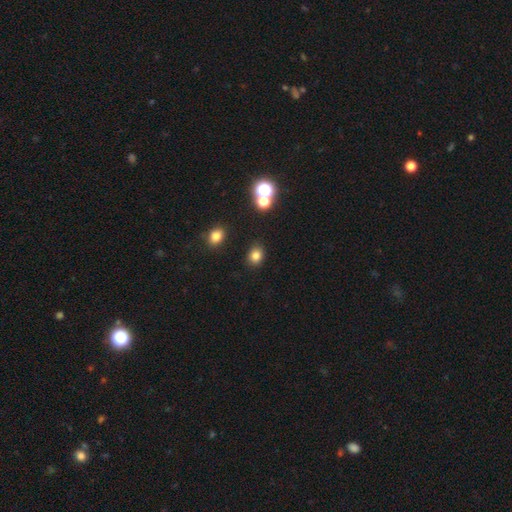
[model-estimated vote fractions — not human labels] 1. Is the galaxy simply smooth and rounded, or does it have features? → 79% smooth, 15% star or artifact, 6% featured or disk.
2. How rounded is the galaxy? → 54% round, 44% in between, 1% cigar-shaped.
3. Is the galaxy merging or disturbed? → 86% none, 8% minor disturbance, 3% merger, 3% major disturbance.